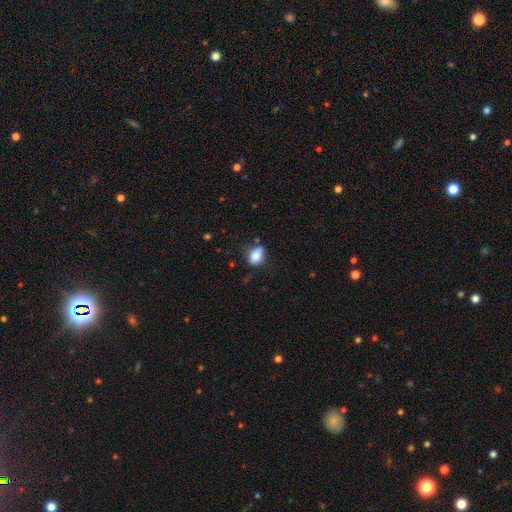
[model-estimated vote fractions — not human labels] Morphology: type=smooth (83%); roundness=in between (70%); merging=none (54%).